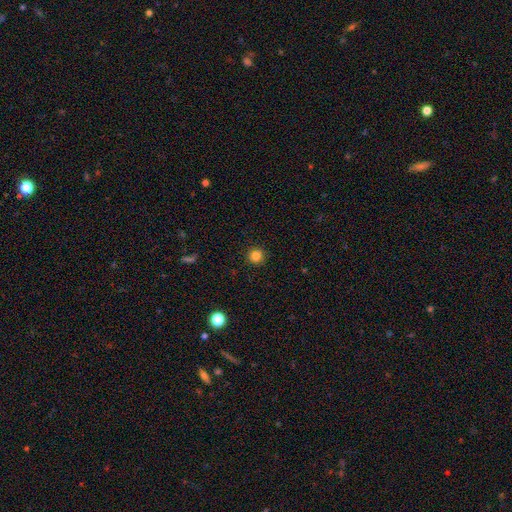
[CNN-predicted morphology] Smooth or featured: smooth — 84% (star or artifact — 12%)
How rounded: round — 95% (in between — 4%)
Merging: none — 91% (minor disturbance — 6%)